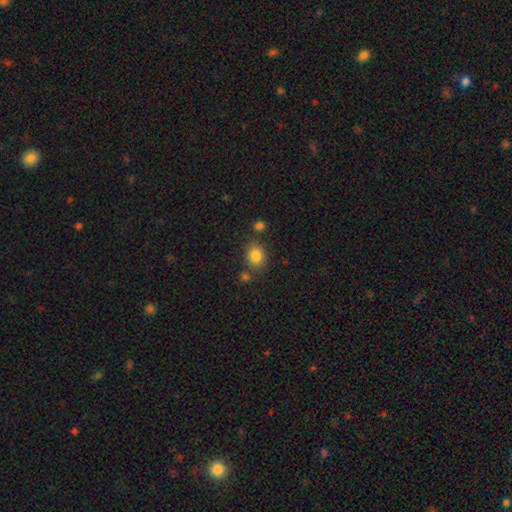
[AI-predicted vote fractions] Smooth or featured: smooth — 83% (star or artifact — 10%)
How rounded: round — 53% (in between — 46%)
Merging: none — 74% (minor disturbance — 13%)